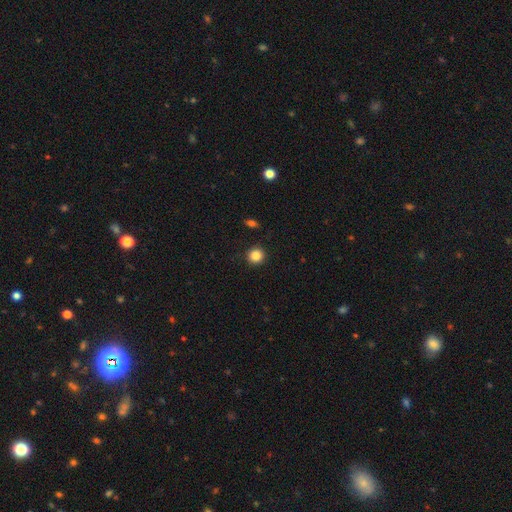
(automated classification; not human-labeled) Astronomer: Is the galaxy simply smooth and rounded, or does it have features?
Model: smooth — 86%.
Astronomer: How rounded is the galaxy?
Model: round — 93%.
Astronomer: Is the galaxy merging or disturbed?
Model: none — 91%.